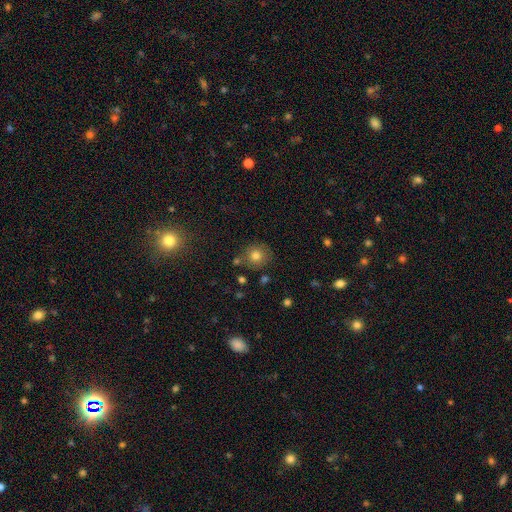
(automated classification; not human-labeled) smooth 78%, star or artifact 13%, featured or disk 9%. Down the decision tree: how rounded — round (89%); merging — none (78%).